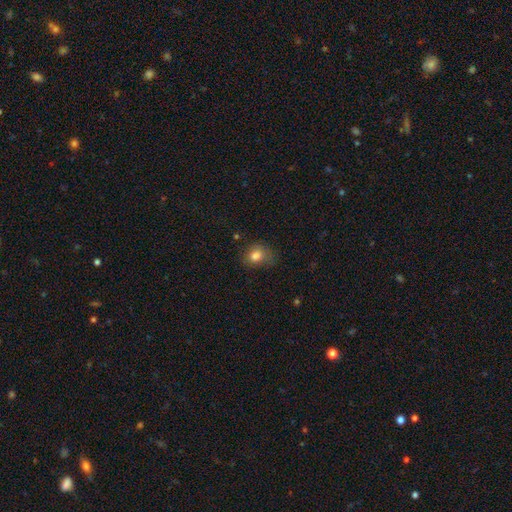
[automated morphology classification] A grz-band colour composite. It shows a smooth galaxy with no disk features (81%) that is round (57%). Merging: none (58%).